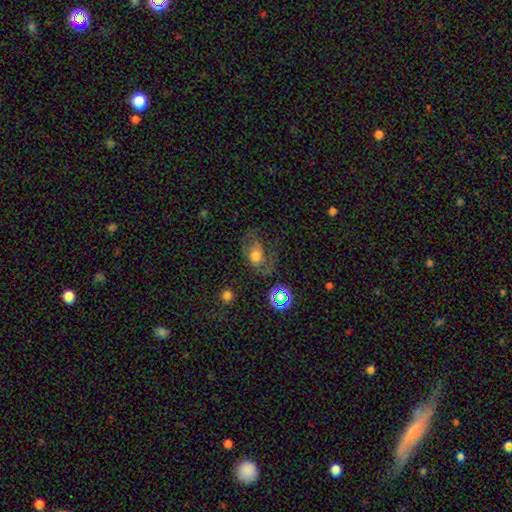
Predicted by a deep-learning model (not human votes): Smooth or featured: smooth — 55% (featured or disk — 30%)
How rounded: in between — 68% (round — 30%)
Merging: none — 46% (major disturbance — 27%)